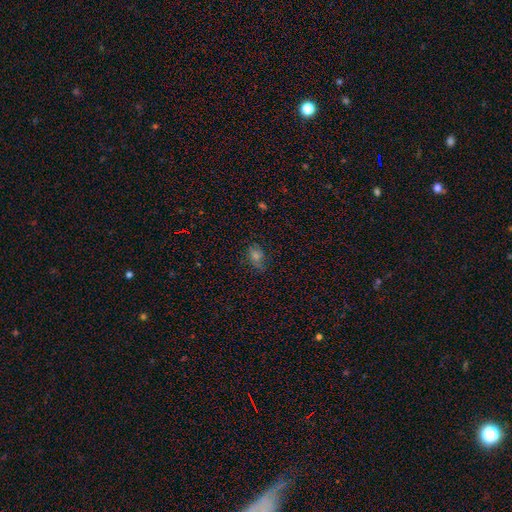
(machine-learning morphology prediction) This appears to be a smooth galaxy with no disk features (52%) that is in between round and cigar-shaped (60%). Merging: none (65%).